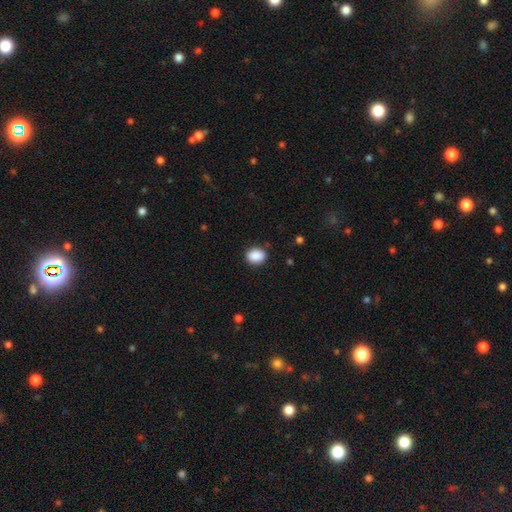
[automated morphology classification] Smooth or featured?
  - smooth: 89% *
  - star or artifact: 8%
  - featured or disk: 3%
How rounded?
  - in between: 60% *
  - round: 39%
  - cigar-shaped: 1%
Merging?
  - none: 86% *
  - minor disturbance: 10%
  - major disturbance: 3%
  - merger: 1%